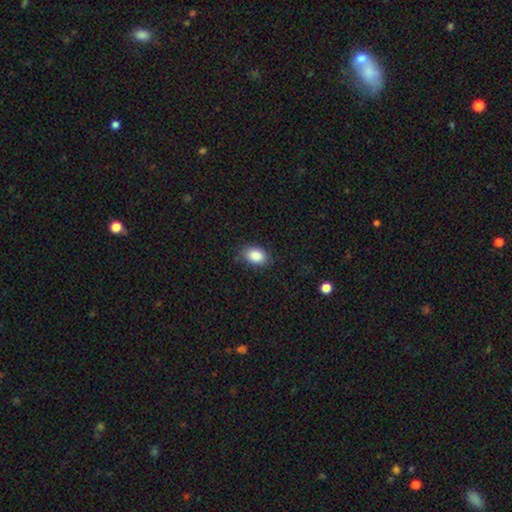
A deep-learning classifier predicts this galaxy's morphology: Overall: smooth (88%). How rounded: in between (83%). Merging: none (83%).